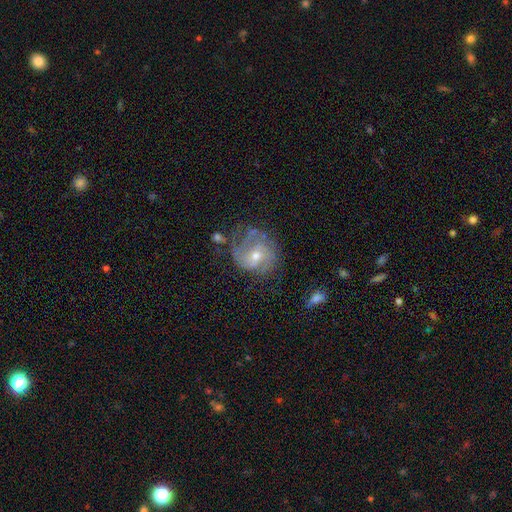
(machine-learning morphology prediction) Smooth or featured? featured or disk (76%)
Edge-on disk? no (98%)
Bar? no (57%)
Spiral arms? yes (87%)
Spiral winding? tight (44%)
Spiral arm count? can't tell (33%)
Bulge size? small (52%)
Merging? none (51%)